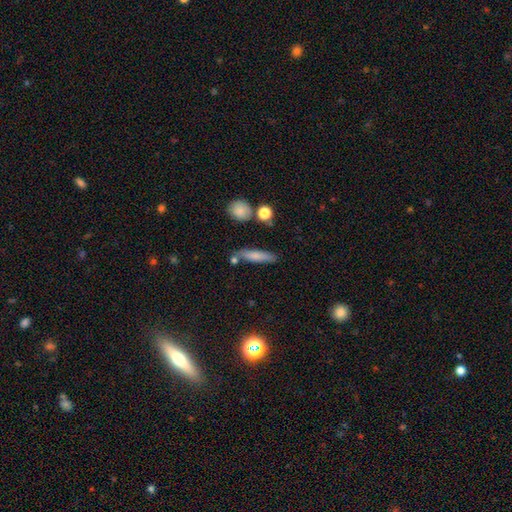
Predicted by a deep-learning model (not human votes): Smooth or featured: smooth — 72% (featured or disk — 21%)
How rounded: cigar-shaped — 77% (in between — 20%)
Merging: none — 74% (minor disturbance — 14%)